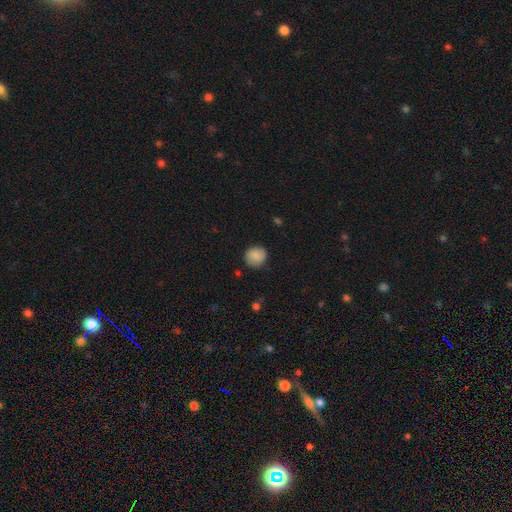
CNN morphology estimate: This is clearly a smooth galaxy (85%). How rounded: clearly round (86%). Merging: clearly none (83%).